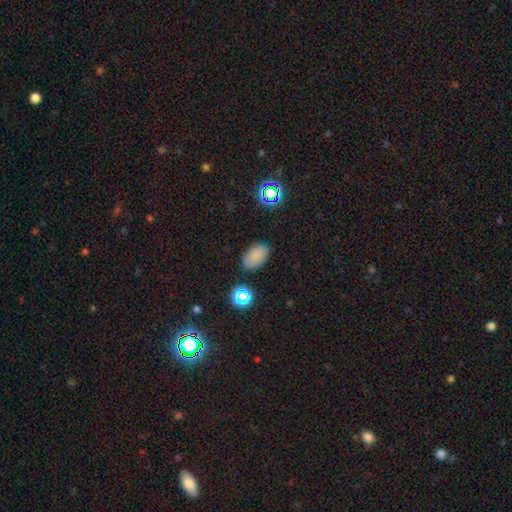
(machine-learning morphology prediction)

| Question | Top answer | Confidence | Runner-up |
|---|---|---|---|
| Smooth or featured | smooth | 80% | star or artifact (14%) |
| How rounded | in between | 89% | round (10%) |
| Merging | none | 82% | minor disturbance (13%) |